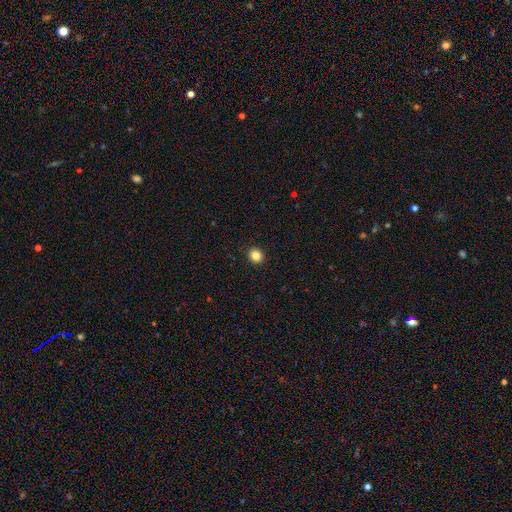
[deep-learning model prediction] Smooth or featured? Predicted: smooth (p=0.84). How rounded? Predicted: round (p=0.80). Merging? Predicted: none (p=0.93).